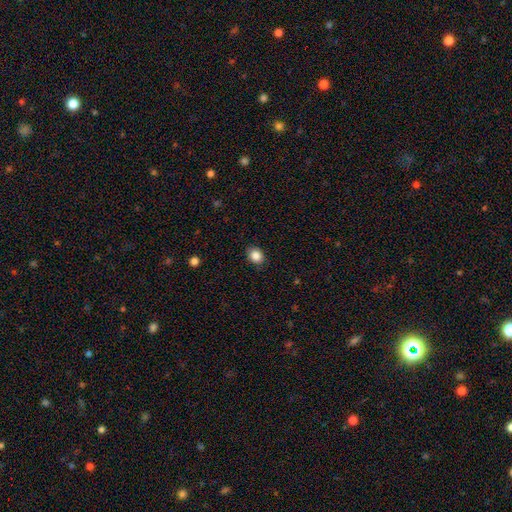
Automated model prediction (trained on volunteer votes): A smooth galaxy with no disk features (86%) that is round (59%).

Vote fractions:
- Smooth or featured? smooth: 86% / star or artifact: 9% / featured or disk: 4%
- How rounded? round: 59% / in between: 40% / cigar-shaped: 1%
- Merging? none: 88% / minor disturbance: 9% / major disturbance: 2% / merger: 1%